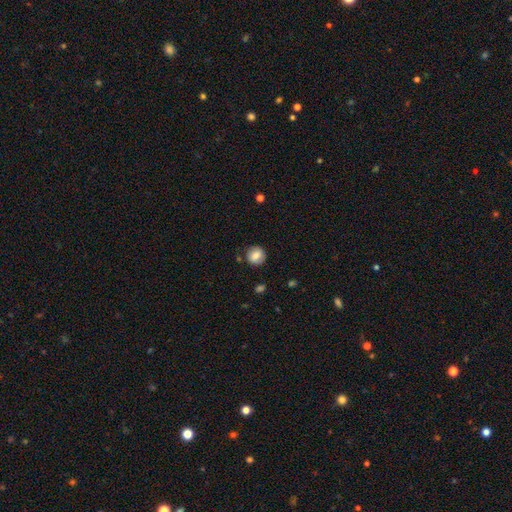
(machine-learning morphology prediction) smooth-or-featured: smooth: 78% | featured or disk: 13% | star or artifact: 9%
  how-rounded: round: 89% | in between: 11% | cigar-shaped: 1%
  merging: none: 84% | minor disturbance: 11% | major disturbance: 3% | merger: 2%